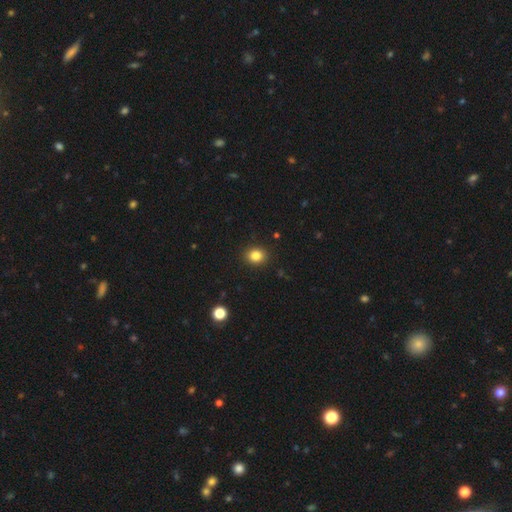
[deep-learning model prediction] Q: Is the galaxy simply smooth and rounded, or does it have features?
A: smooth — 84%.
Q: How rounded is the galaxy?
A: round — 61%.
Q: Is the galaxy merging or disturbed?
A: none — 90%.